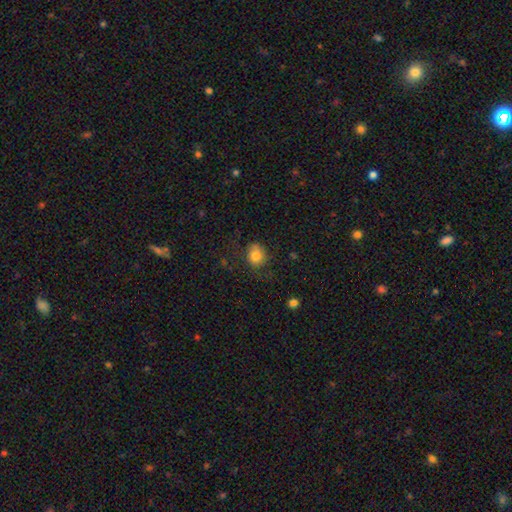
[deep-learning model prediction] A smooth galaxy with no disk features (80%) that is round (70%). Merging: none (65%).